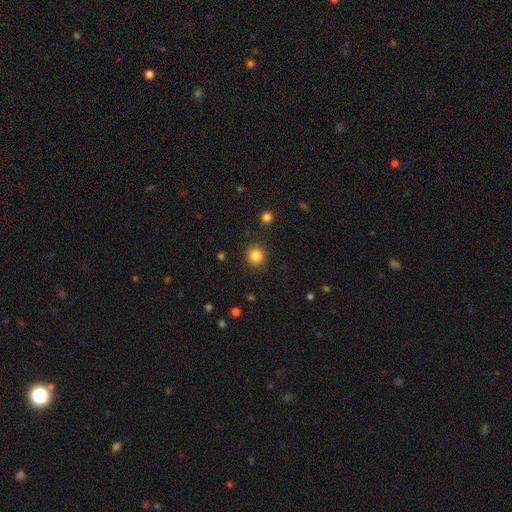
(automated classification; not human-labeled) This is clearly a smooth galaxy (83%). How rounded: clearly round (93%). Merging: clearly none (91%).